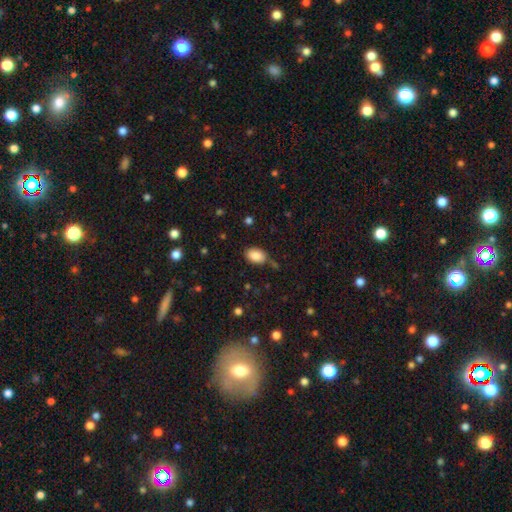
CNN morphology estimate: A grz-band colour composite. It shows a smooth galaxy with no disk features (87%) that is in between round and cigar-shaped (88%). Merging: none (75%).